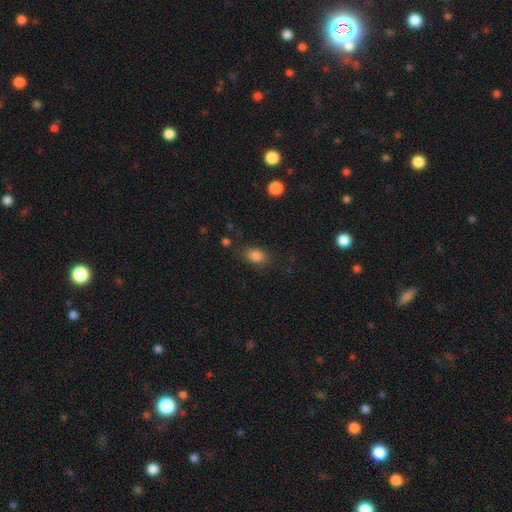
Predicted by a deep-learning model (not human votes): Smooth or featured? Predicted: smooth (p=0.84). How rounded? Predicted: in between (p=0.80). Merging? Predicted: none (p=0.77).